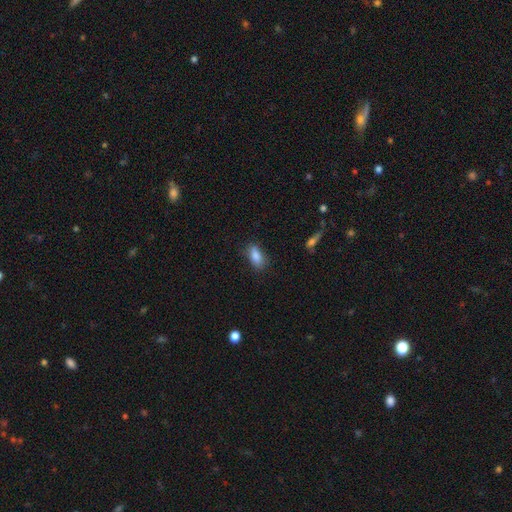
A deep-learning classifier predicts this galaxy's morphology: A smooth galaxy with no disk features (85%) that is in between round and cigar-shaped (86%). Merging: none (74%).